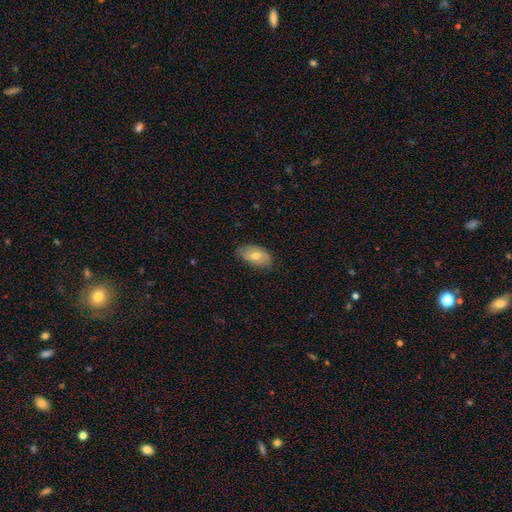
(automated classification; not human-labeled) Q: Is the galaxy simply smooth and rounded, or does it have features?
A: smooth — 63%.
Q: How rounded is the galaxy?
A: in between — 93%.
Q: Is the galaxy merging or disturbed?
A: none — 80%.